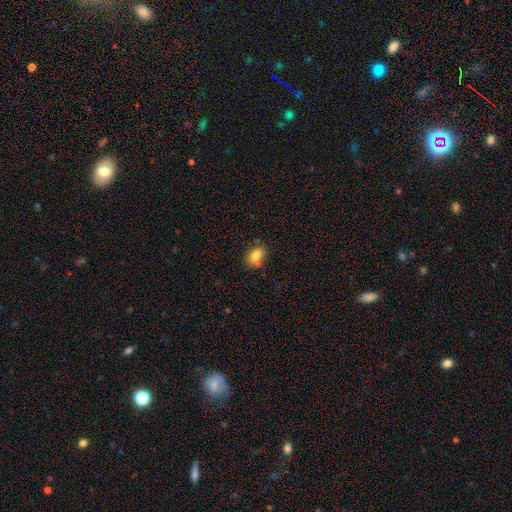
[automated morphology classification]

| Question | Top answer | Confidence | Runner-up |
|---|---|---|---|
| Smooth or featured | smooth | 82% | star or artifact (9%) |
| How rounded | in between | 72% | round (26%) |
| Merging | none | 69% | minor disturbance (21%) |